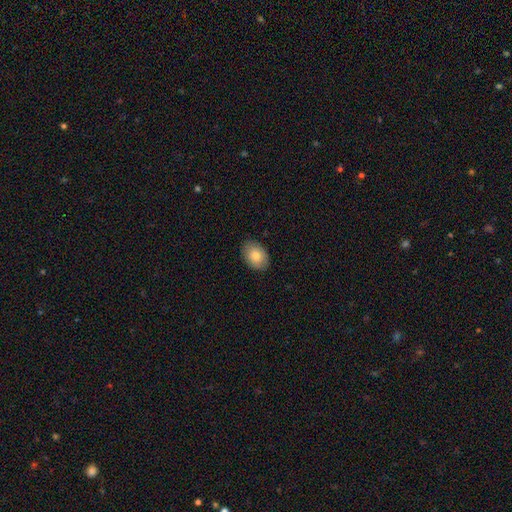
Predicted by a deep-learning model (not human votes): Morphology: type=smooth (83%); roundness=in between (80%); merging=none (86%).